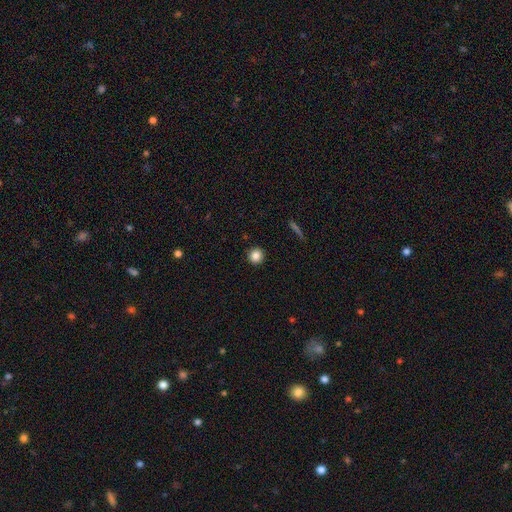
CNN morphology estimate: A smooth galaxy with no disk features (85%) that is round (93%). Merging: none (92%).